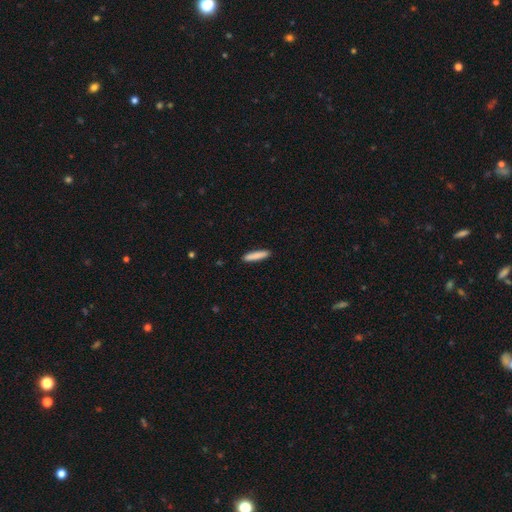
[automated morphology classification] smooth_or_featured: smooth (p=0.86) [alt: featured or disk p=0.08]
how_rounded: cigar-shaped (p=0.88) [alt: in between p=0.10]
merging: none (p=0.91) [alt: minor disturbance p=0.07]